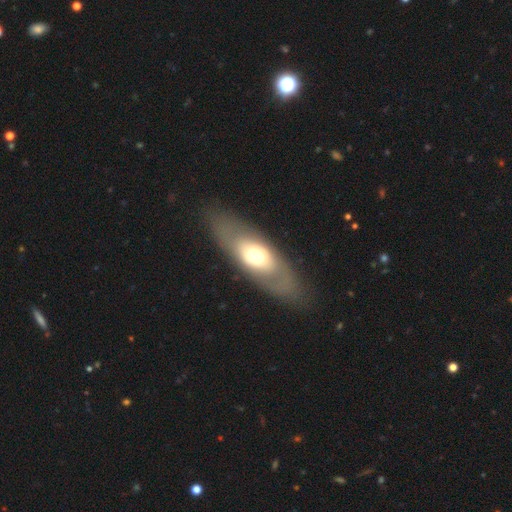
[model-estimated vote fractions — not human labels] Smooth or featured? smooth (49%)
Merging? none (80%)